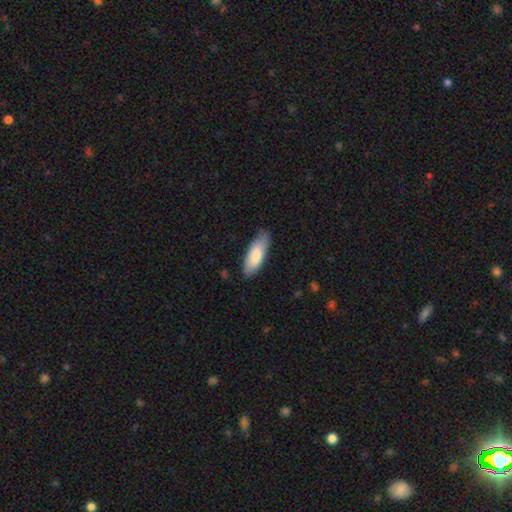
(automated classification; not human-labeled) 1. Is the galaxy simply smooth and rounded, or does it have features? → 79% smooth, 16% featured or disk, 5% star or artifact.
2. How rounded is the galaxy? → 69% in between, 29% cigar-shaped, 2% round.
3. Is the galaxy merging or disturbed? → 80% none, 16% minor disturbance, 3% major disturbance, 1% merger.